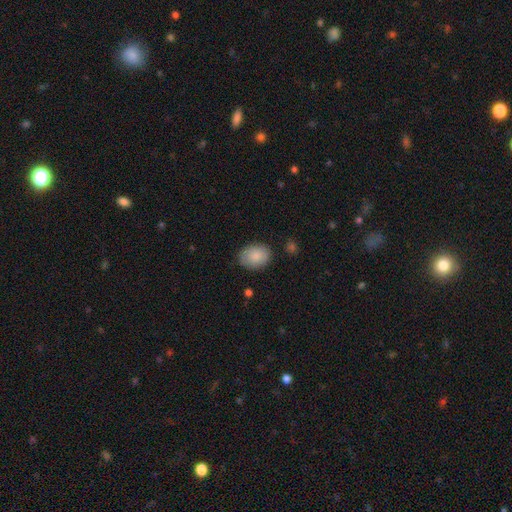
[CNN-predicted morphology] This is clearly a smooth galaxy (85%). How rounded: likely in between (70%). Merging: clearly none (82%).